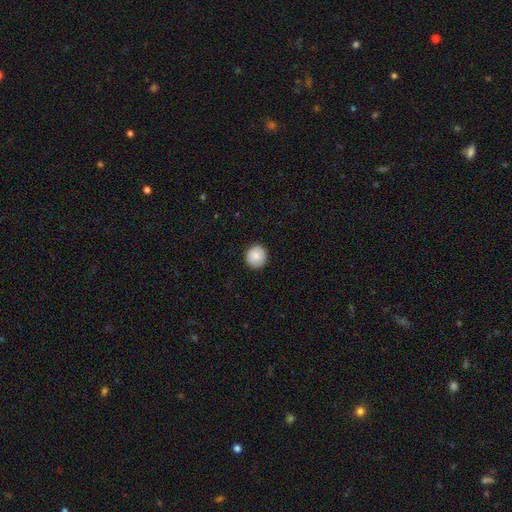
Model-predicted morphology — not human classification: Smooth or featured? Predicted: smooth (p=0.87). How rounded? Predicted: round (p=0.93). Merging? Predicted: none (p=0.91).